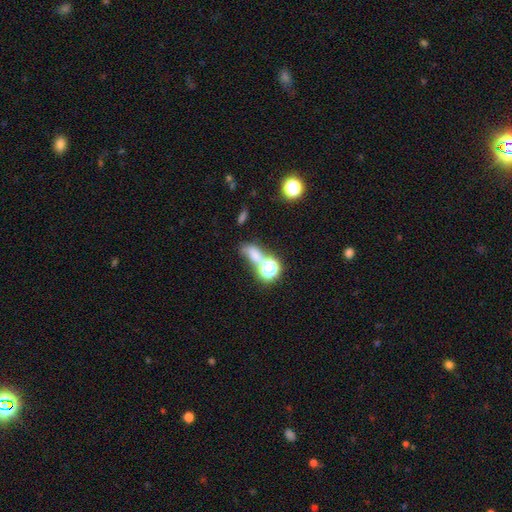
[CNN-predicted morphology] Q: Smooth or featured?
A: smooth (62%); runner-up: star or artifact (26%)
Q: How rounded?
A: in between (64%); runner-up: round (30%)
Q: Merging?
A: merger (38%); runner-up: none (37%)